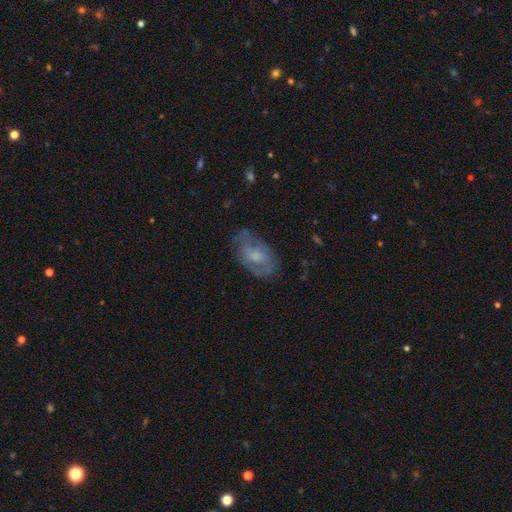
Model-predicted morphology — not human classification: smooth_or_featured: featured or disk (p=0.56) [alt: smooth p=0.36]
disk_edge_on: no (p=0.94) [alt: yes p=0.06]
bar: no (p=0.64) [alt: weak p=0.31]
has_spiral_arms: yes (p=0.62) [alt: no p=0.38]
bulge_size: moderate (p=0.47) [alt: small p=0.32]
merging: none (p=0.64) [alt: minor disturbance p=0.24]